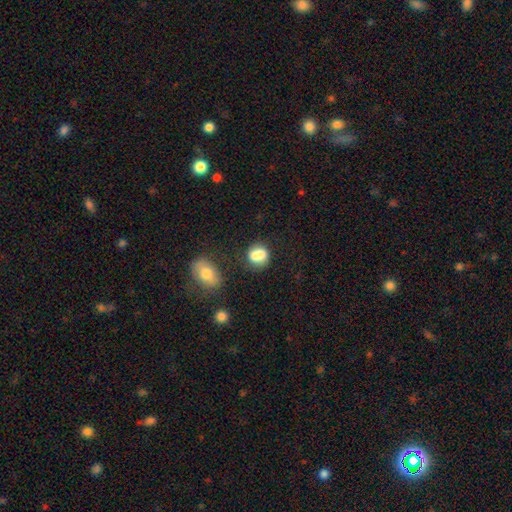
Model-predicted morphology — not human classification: Smooth or featured? Predicted: smooth (p=0.78). How rounded? Predicted: round (p=0.55). Merging? Predicted: none (p=0.49).